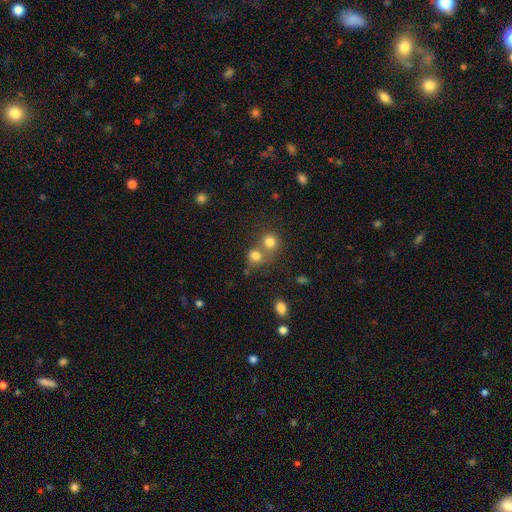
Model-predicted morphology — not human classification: The model was most divided on "merging": none: 46%, merger: 43%, minor disturbance: 7%, major disturbance: 4%. More confident: how rounded — round (80%); smooth or featured — smooth (78%).